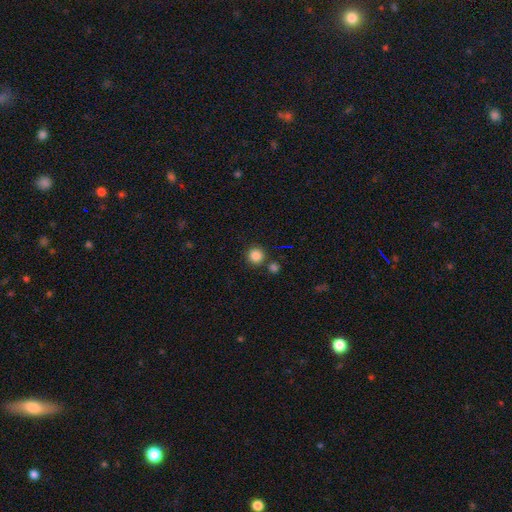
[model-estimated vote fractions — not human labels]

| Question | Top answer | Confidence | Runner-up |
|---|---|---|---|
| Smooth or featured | smooth | 85% | star or artifact (11%) |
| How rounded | round | 94% | in between (6%) |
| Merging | none | 81% | merger (9%) |